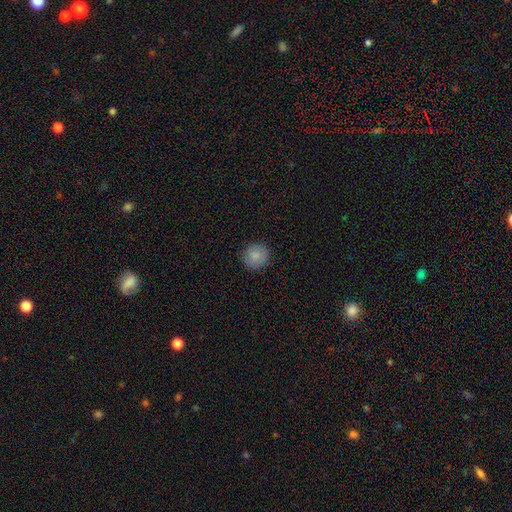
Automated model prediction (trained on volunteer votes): A smooth galaxy with no disk features (84%) that is round (93%). Merging: none (88%).